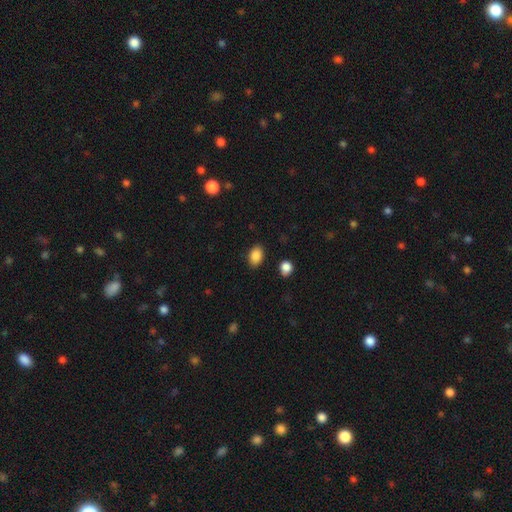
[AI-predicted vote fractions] smooth-or-featured: smooth: 88% | star or artifact: 8% | featured or disk: 4%
  how-rounded: in between: 84% | round: 15% | cigar-shaped: 1%
  merging: none: 86% | minor disturbance: 10% | major disturbance: 3% | merger: 2%